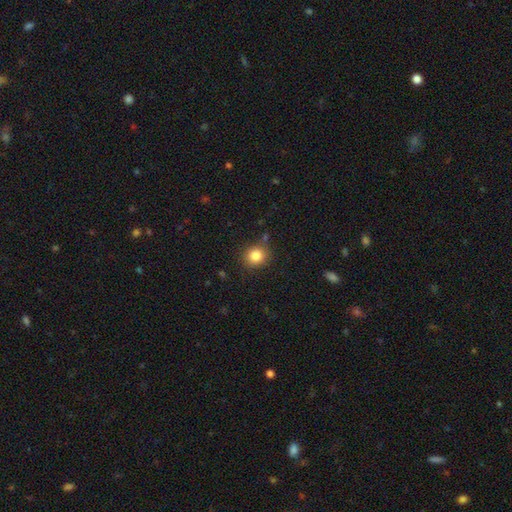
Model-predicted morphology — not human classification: Smooth or featured? smooth (84%)
How rounded? round (82%)
Merging? none (84%)